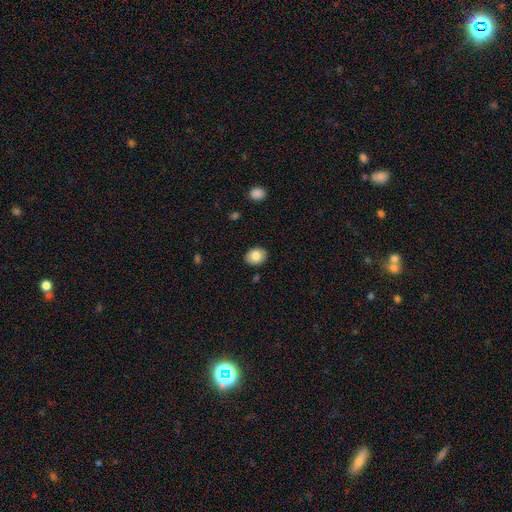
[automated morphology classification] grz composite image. It shows a smooth galaxy with no disk features (80%) that is in between round and cigar-shaped (53%). Merging: none (88%).